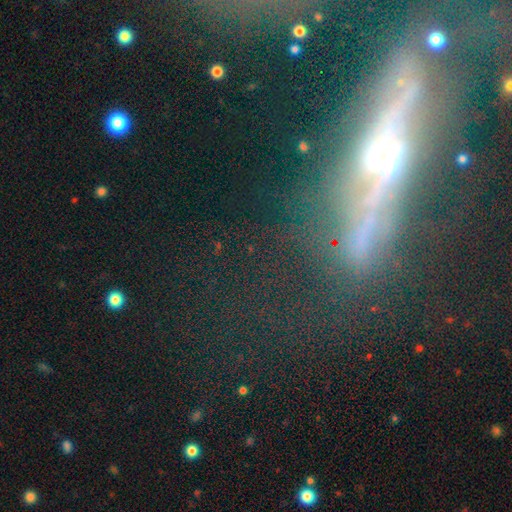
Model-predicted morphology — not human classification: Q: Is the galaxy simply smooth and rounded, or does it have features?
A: featured or disk — 42%.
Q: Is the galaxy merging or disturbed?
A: none — 66%.